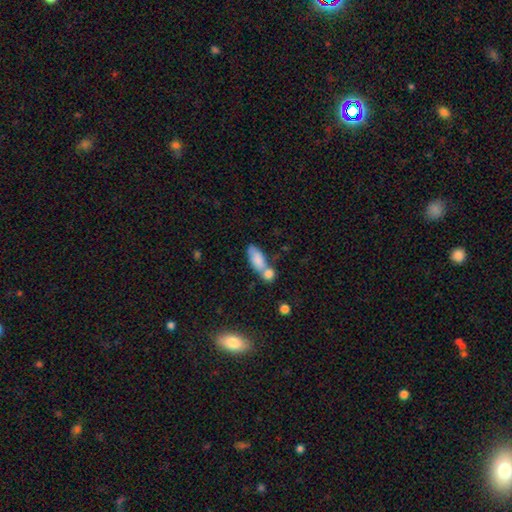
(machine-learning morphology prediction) Smooth or featured: smooth — 77% (featured or disk — 14%)
How rounded: in between — 79% (cigar-shaped — 16%)
Merging: merger — 45% (none — 36%)